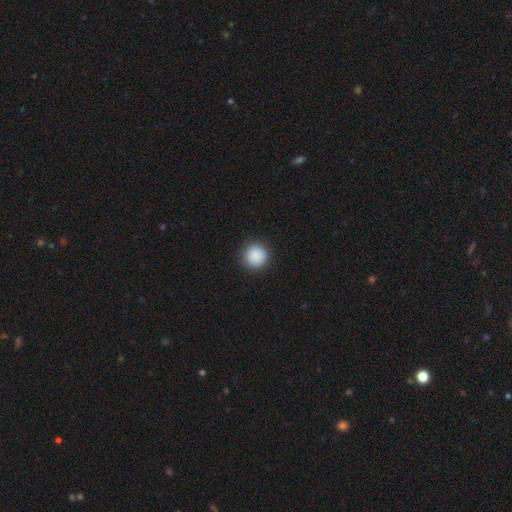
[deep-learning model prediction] Q: Smooth or featured?
A: smooth (89%); runner-up: star or artifact (8%)
Q: How rounded?
A: round (95%); runner-up: in between (4%)
Q: Merging?
A: none (92%); runner-up: minor disturbance (5%)